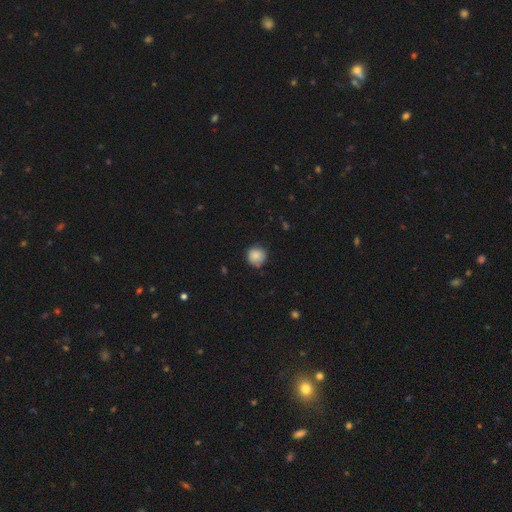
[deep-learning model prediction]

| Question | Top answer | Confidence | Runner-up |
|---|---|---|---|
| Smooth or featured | smooth | 85% | star or artifact (9%) |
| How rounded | round | 93% | in between (6%) |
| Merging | none | 78% | minor disturbance (17%) |